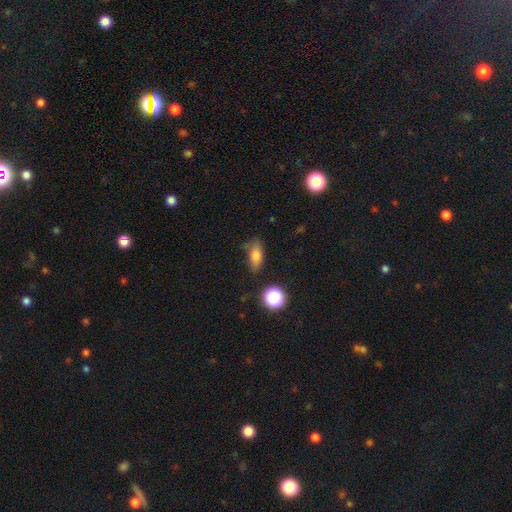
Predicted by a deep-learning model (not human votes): smooth-or-featured: smooth: 78% | featured or disk: 11% | star or artifact: 11%
  how-rounded: in between: 76% | cigar-shaped: 14% | round: 10%
  merging: none: 71% | minor disturbance: 21% | major disturbance: 6% | merger: 3%